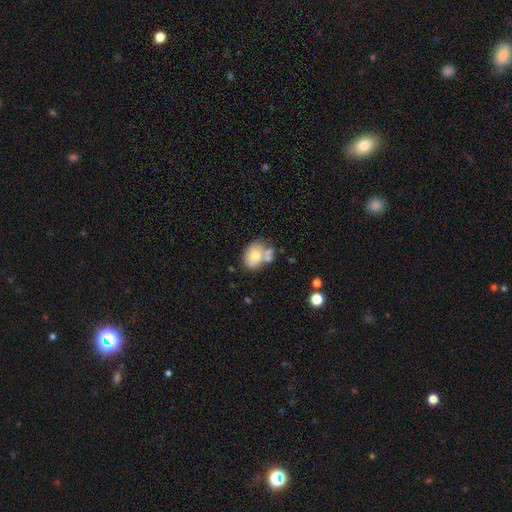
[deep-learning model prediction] The model was most divided on "merging": none: 43%, merger: 32%, minor disturbance: 18%, major disturbance: 7%. More confident: smooth or featured — smooth (72%); how rounded — in between (67%).